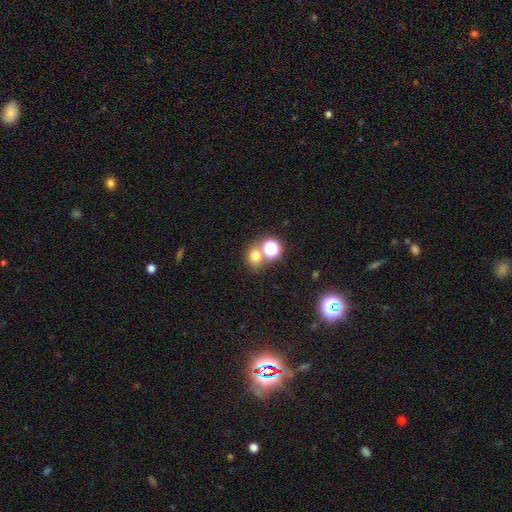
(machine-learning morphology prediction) This appears to be a smooth galaxy with no disk features (70%) that is round (71%). Merging: none (61%).